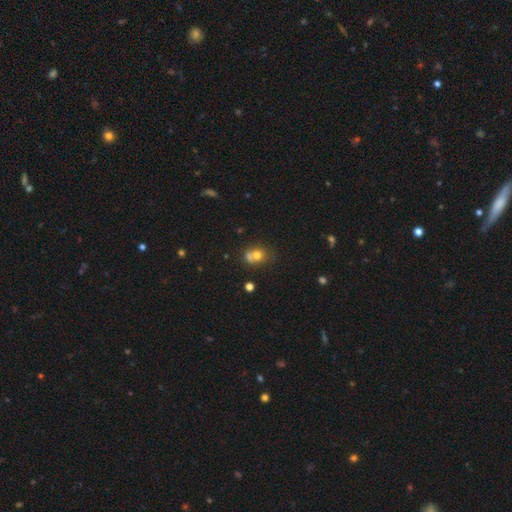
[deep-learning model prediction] smooth_or_featured: smooth (p=0.69) [alt: featured or disk p=0.17]
how_rounded: round (p=0.69) [alt: in between p=0.30]
merging: merger (p=0.48) [alt: none p=0.35]